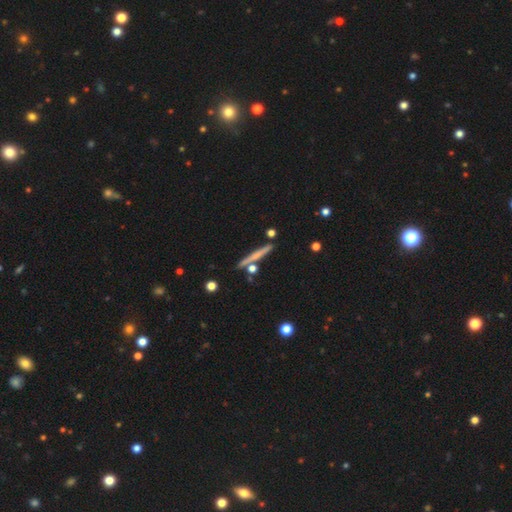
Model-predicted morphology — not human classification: The model was most divided on "smooth or featured": smooth: 49%, featured or disk: 44%, star or artifact: 7%. More confident: merging — none (81%).